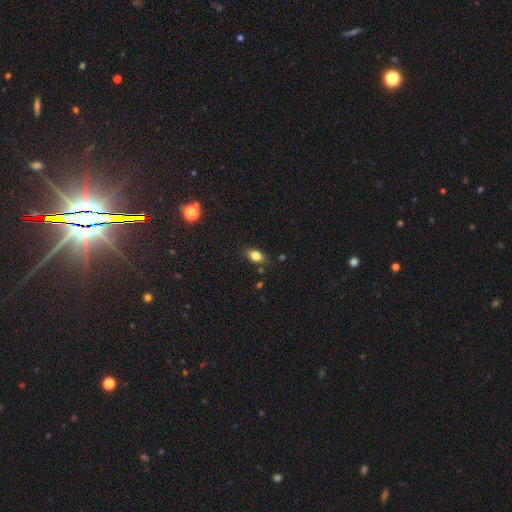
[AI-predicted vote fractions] smooth-or-featured: smooth: 79% | featured or disk: 11% | star or artifact: 10%
  how-rounded: in between: 83% | round: 12% | cigar-shaped: 5%
  merging: none: 79% | minor disturbance: 15% | major disturbance: 3% | merger: 3%